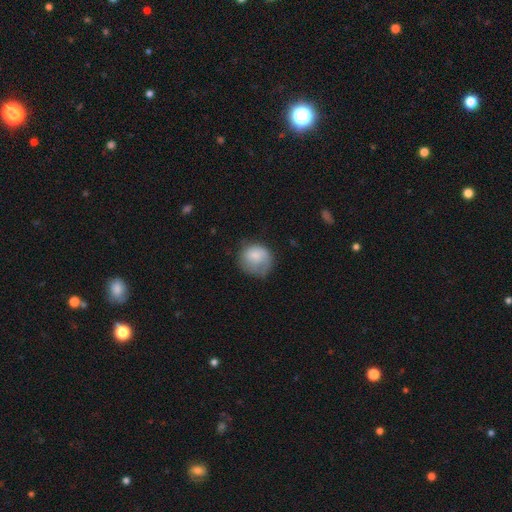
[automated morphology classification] type=smooth (78%); roundness=round (78%); merging=none (48%).